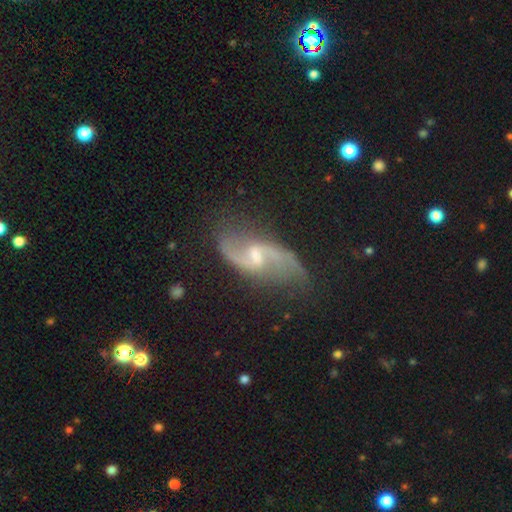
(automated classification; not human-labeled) Overall: featured or disk (88%). Edge-on disk: no (96%). Bar: weak (55%; no 30%). Spiral arms: yes (96%). Spiral arm count: 2 (92%). Spiral winding: loose (72%). Bulge size: small (53%; moderate 37%). Merging: none (73%).